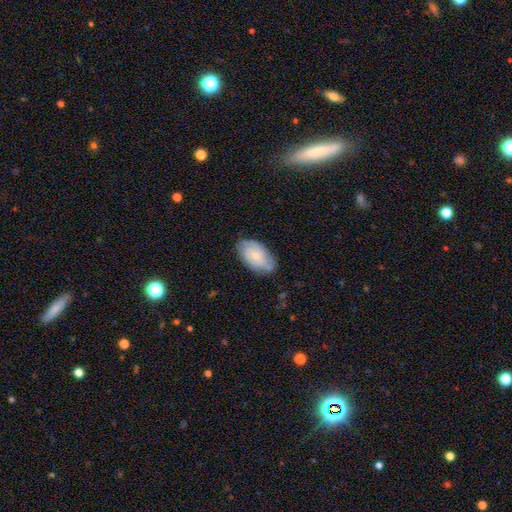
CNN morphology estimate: A smooth galaxy with no disk features (52%) that is in between round and cigar-shaped (93%).

Vote fractions:
- Smooth or featured? smooth: 52% / featured or disk: 41% / star or artifact: 7%
- How rounded? in between: 93% / round: 6% / cigar-shaped: 2%
- Merging? none: 70% / minor disturbance: 23% / major disturbance: 5% / merger: 2%